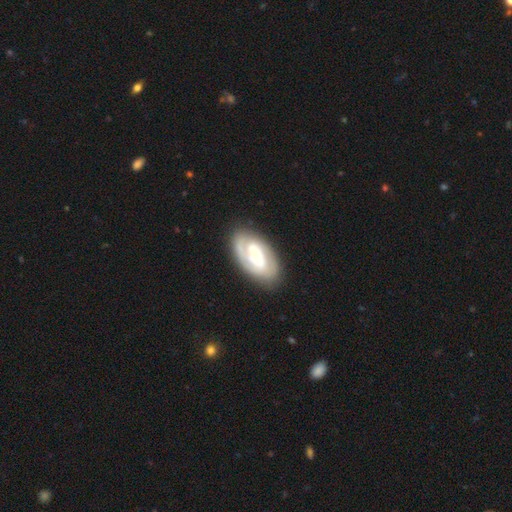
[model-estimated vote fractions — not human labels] This is likely a featured or disk galaxy (76%). It is clearly not viewed edge-on (95%). Bar: marginally weak (42%). Spiral arm pattern: clearly yes (89%). Spiral arm count: likely 2 (66%). Spiral winding: possibly tight (54%). Central bulge: possibly small (48%). Merging: clearly none (80%).